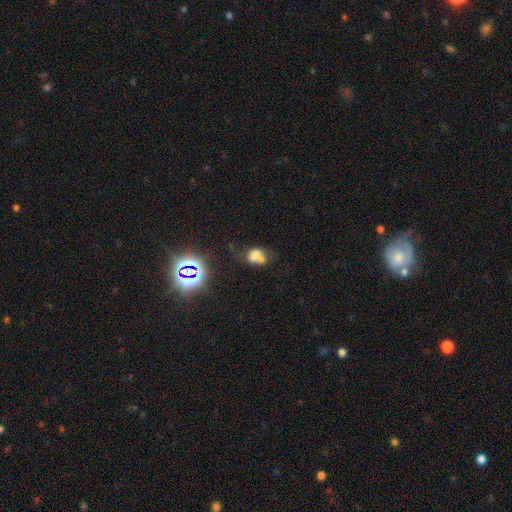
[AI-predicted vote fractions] This is likely a smooth galaxy (60%). How rounded: possibly in between (51%). Merging: marginally merger (35%).